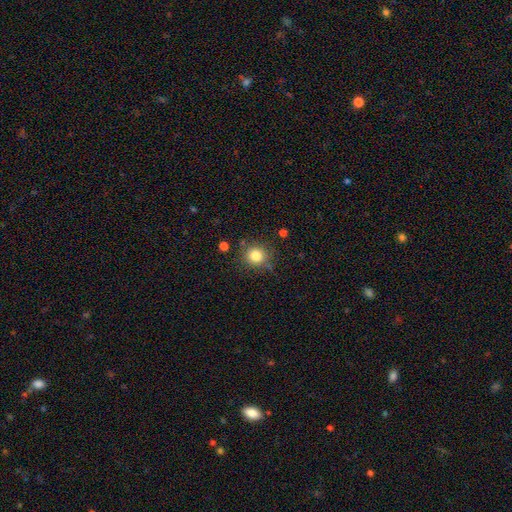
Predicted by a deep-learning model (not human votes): Smooth or featured? Predicted: smooth (p=0.81). How rounded? Predicted: round (p=0.90). Merging? Predicted: none (p=0.82).